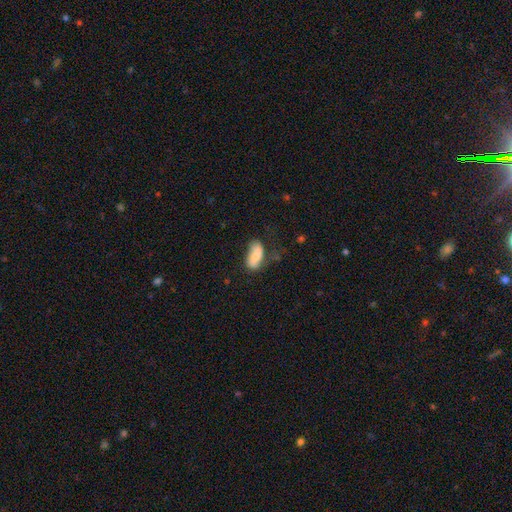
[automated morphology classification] The model was most divided on "merging": none: 52%, minor disturbance: 28%, major disturbance: 11%, merger: 9%. More confident: how rounded — in between (87%); smooth or featured — smooth (67%).